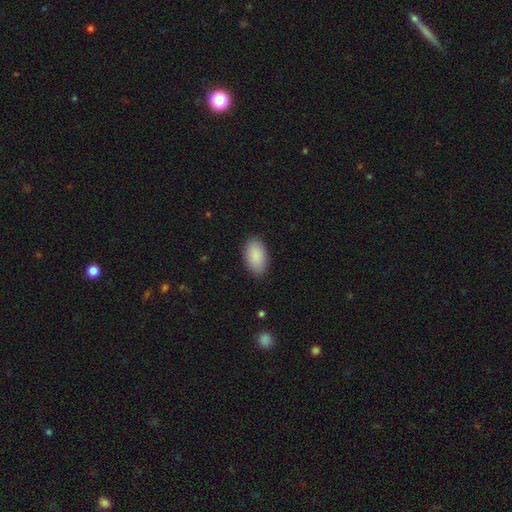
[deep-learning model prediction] Q: Smooth or featured?
A: smooth (91%); runner-up: star or artifact (6%)
Q: How rounded?
A: in between (95%); runner-up: round (3%)
Q: Merging?
A: none (87%); runner-up: minor disturbance (10%)